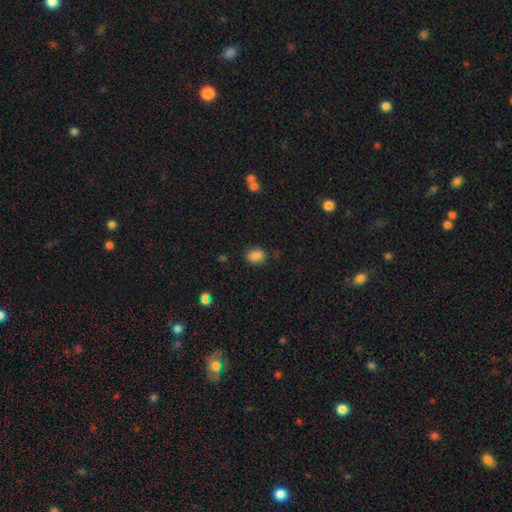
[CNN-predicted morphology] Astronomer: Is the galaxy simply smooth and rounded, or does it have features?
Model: smooth — 85%.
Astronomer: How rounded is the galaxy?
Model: in between — 62% (runner-up: round, 37%).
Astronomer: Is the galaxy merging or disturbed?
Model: none — 82%.